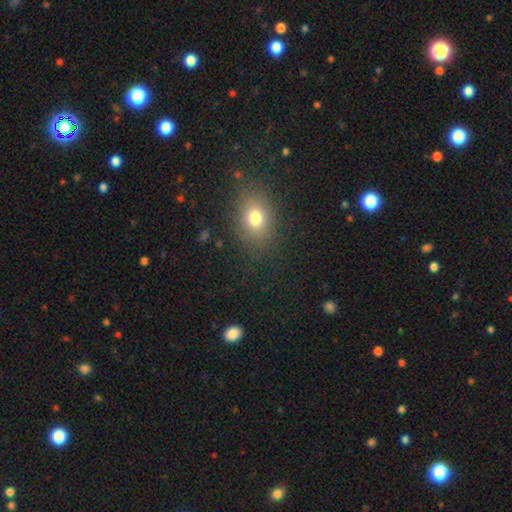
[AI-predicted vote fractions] Morphology: type=smooth (70%); roundness=in between (64%); merging=none (88%).